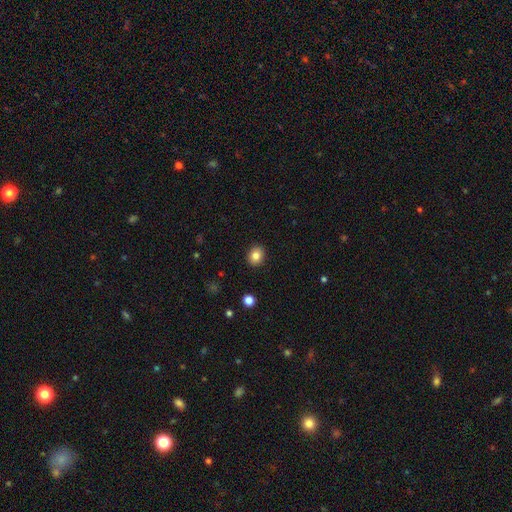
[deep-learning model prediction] smooth 83%, star or artifact 10%, featured or disk 7%. Down the decision tree: how rounded — round (67%); merging — none (91%).